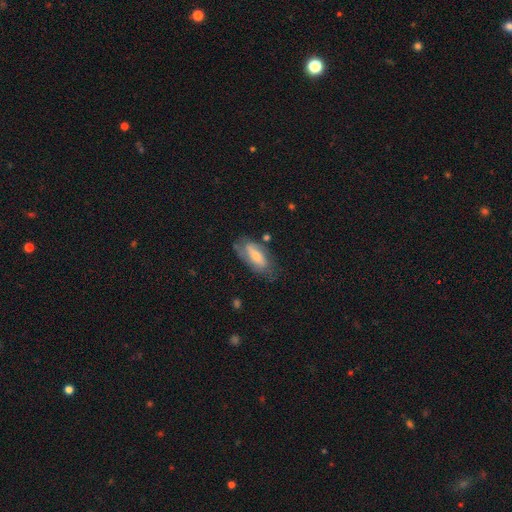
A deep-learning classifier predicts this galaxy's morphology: This appears to be a smooth galaxy with no disk features (48%). Merging: none (62%).